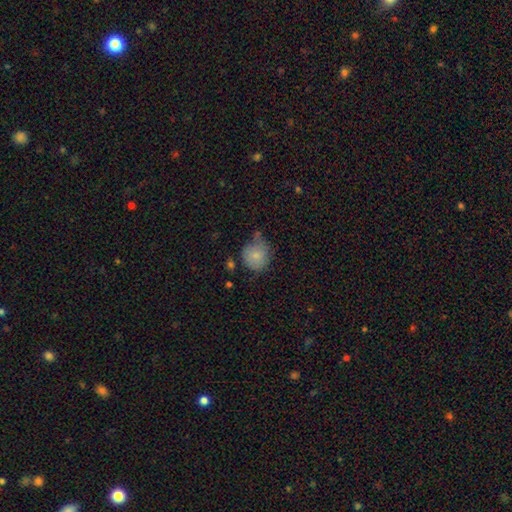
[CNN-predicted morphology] Smooth or featured? Predicted: smooth (p=0.82). How rounded? Predicted: round (p=0.86). Merging? Predicted: none (p=0.57).